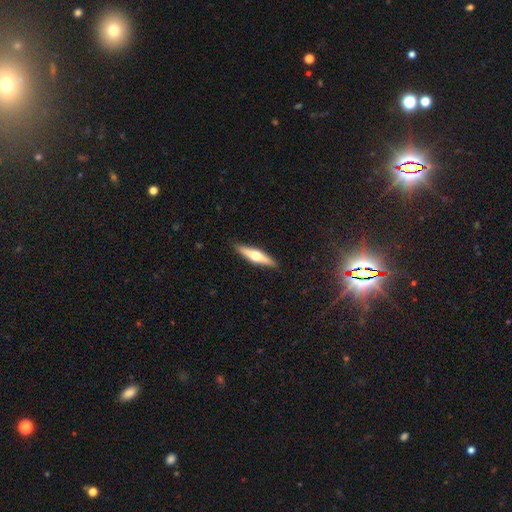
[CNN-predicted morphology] Smooth or featured? Predicted: featured or disk (p=0.53). Edge-on disk? Predicted: yes (p=0.94). Merging? Predicted: none (p=0.89).